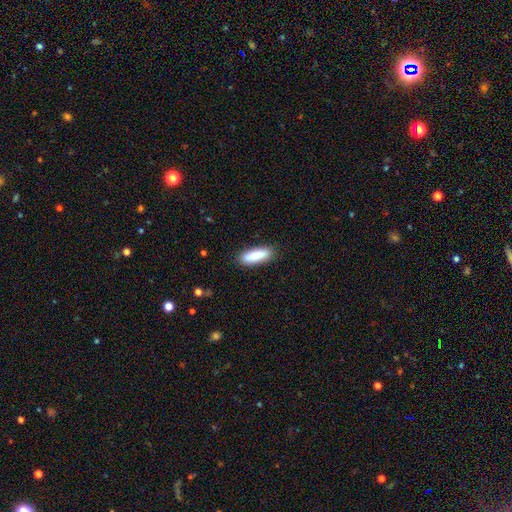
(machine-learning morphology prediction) Smooth or featured?
  - smooth: 87% *
  - featured or disk: 7%
  - star or artifact: 6%
How rounded?
  - cigar-shaped: 55% *
  - in between: 43%
  - round: 2%
Merging?
  - none: 88% *
  - minor disturbance: 9%
  - major disturbance: 2%
  - merger: 1%